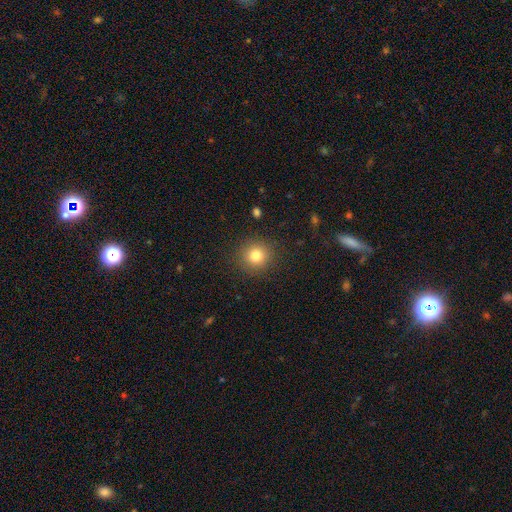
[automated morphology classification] The model was most divided on "smooth or featured": smooth: 81%, star or artifact: 12%, featured or disk: 7%. More confident: how rounded — round (92%); merging — none (90%).